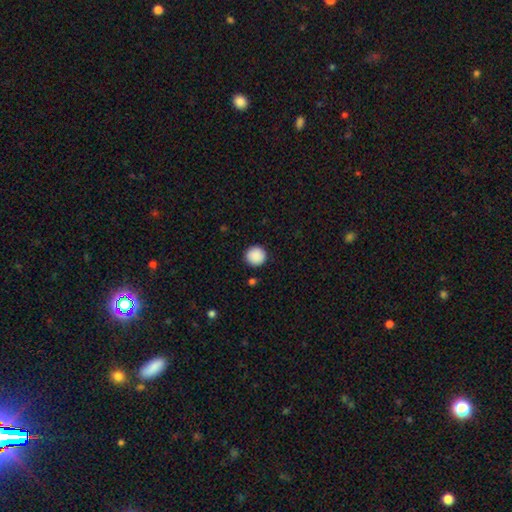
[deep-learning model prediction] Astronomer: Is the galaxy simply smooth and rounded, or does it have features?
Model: smooth — 90%.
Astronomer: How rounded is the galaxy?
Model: round — 95%.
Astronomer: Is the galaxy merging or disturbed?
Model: none — 92%.